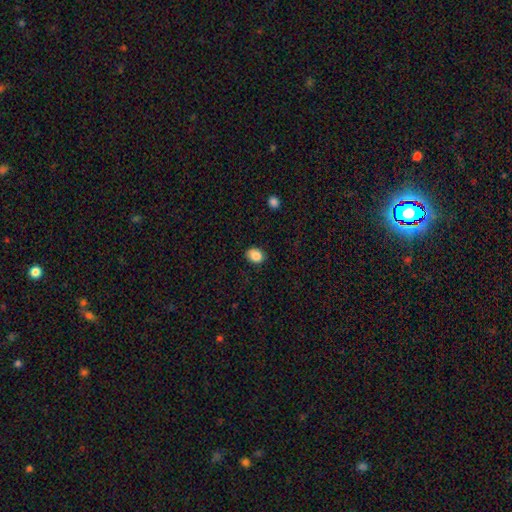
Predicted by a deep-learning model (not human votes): The model was most divided on "how rounded": in between: 57%, round: 42%, cigar-shaped: 1%. More confident: smooth or featured — smooth (87%); merging — none (84%).